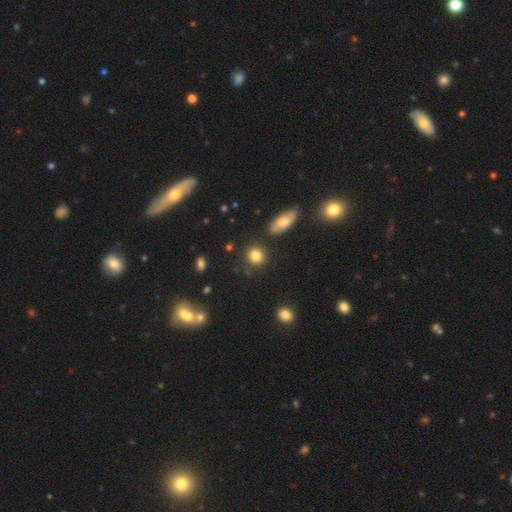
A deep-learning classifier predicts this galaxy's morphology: smooth-or-featured: smooth: 84% | star or artifact: 10% | featured or disk: 7%
  how-rounded: round: 79% | in between: 19% | cigar-shaped: 2%
  merging: none: 82% | minor disturbance: 10% | merger: 5% | major disturbance: 3%